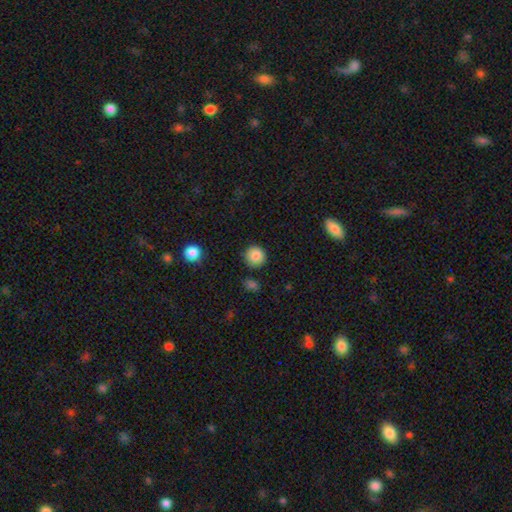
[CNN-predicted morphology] Smooth or featured? smooth (86%)
How rounded? round (93%)
Merging? none (88%)